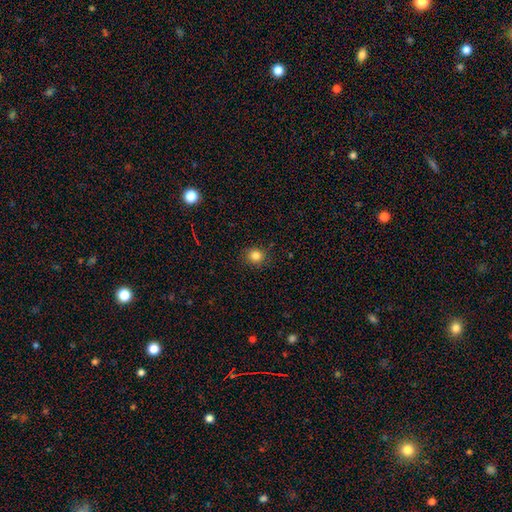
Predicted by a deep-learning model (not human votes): smooth_or_featured: smooth (p=0.82) [alt: star or artifact p=0.12]
how_rounded: round (p=0.83) [alt: in between p=0.16]
merging: none (p=0.88) [alt: minor disturbance p=0.08]